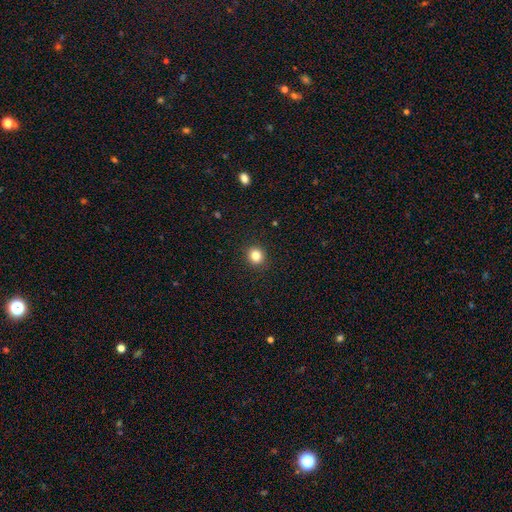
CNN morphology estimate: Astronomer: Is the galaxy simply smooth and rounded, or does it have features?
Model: smooth — 84%.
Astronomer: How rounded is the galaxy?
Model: round — 88%.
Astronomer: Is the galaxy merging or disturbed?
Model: none — 92%.